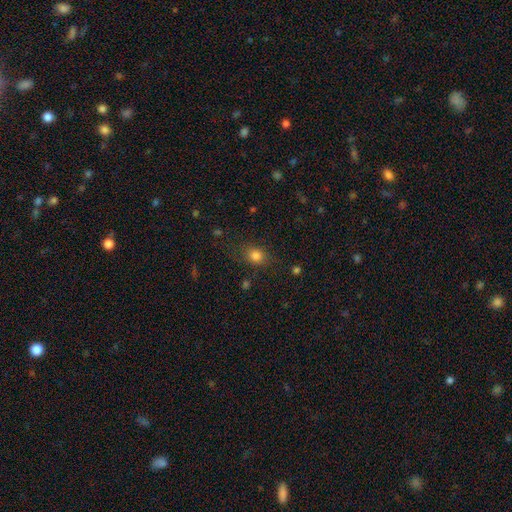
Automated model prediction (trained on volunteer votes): Smooth or featured? Predicted: smooth (p=0.81). How rounded? Predicted: round (p=0.58). Merging? Predicted: none (p=0.79).